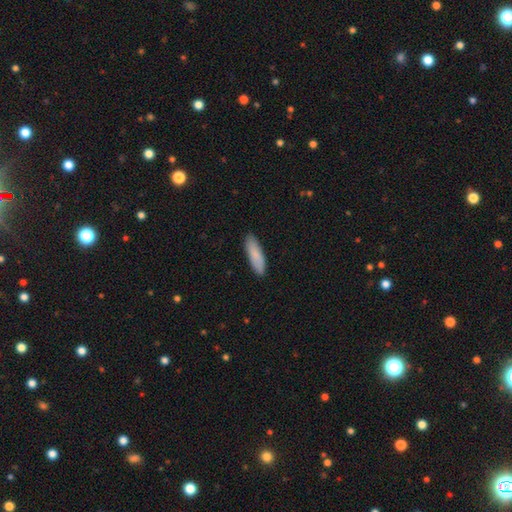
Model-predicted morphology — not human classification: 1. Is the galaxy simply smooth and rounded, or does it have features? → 86% smooth, 9% featured or disk, 5% star or artifact.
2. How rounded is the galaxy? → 59% cigar-shaped, 40% in between, 1% round.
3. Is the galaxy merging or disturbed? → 89% none, 9% minor disturbance, 2% major disturbance, 1% merger.